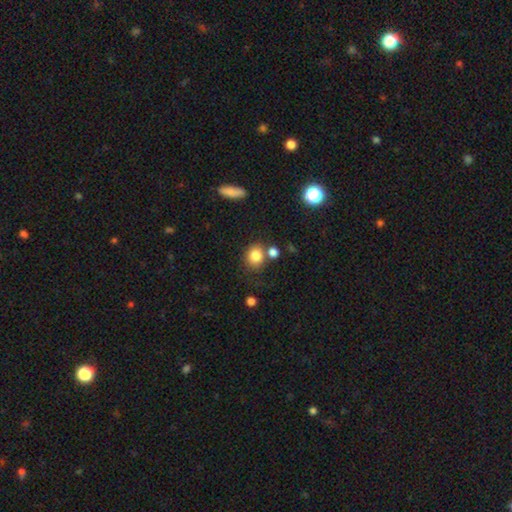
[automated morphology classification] This is clearly a smooth galaxy (83%). How rounded: likely round (73%). Merging: likely none (63%).